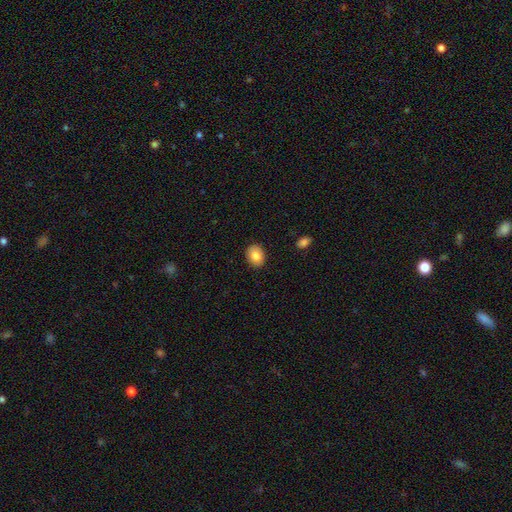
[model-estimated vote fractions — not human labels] Q: Smooth or featured?
A: smooth (84%); runner-up: featured or disk (8%)
Q: How rounded?
A: in between (61%); runner-up: round (38%)
Q: Merging?
A: none (89%); runner-up: minor disturbance (8%)